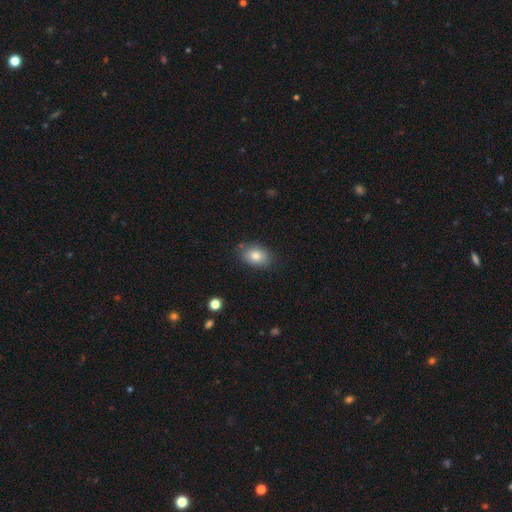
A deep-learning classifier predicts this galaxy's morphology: smooth_or_featured: smooth (p=0.80) [alt: featured or disk p=0.11]
how_rounded: in between (p=0.75) [alt: round p=0.23]
merging: none (p=0.81) [alt: minor disturbance p=0.14]